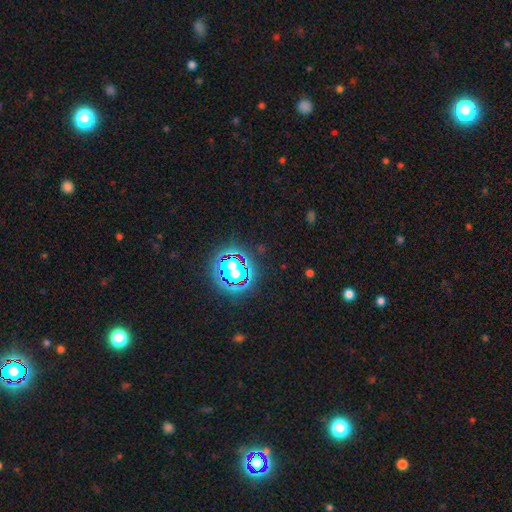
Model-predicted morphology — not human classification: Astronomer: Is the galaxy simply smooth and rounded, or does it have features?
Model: star or artifact — 82%.